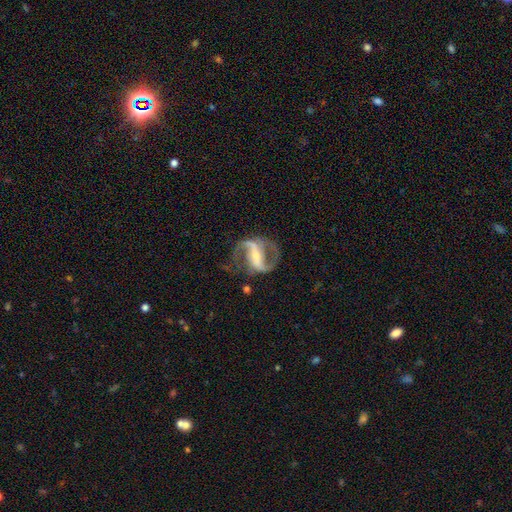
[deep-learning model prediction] This is clearly a featured or disk galaxy (90%). It is clearly not viewed edge-on (97%). Bar: likely strong (60%). Spiral arm pattern: clearly yes (96%). Spiral arm count: clearly 2 (90%). Spiral winding: possibly medium (48%). Central bulge: possibly small (57%). Merging: likely none (67%).